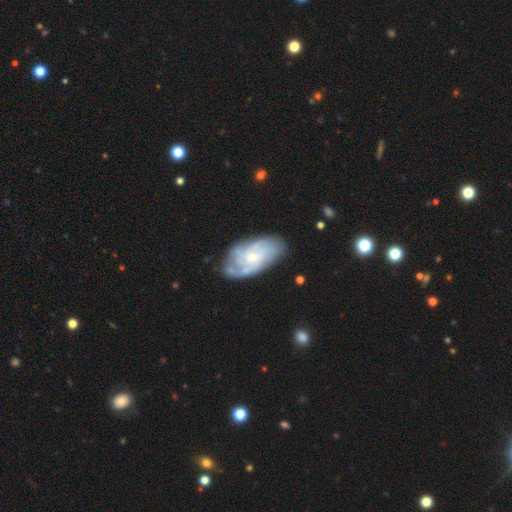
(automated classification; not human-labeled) This appears to be a featured or disk galaxy (70%) with no bar (73%), tight (57%) spiral arms (87%) and a small central bulge (64%). Merging: none (70%).